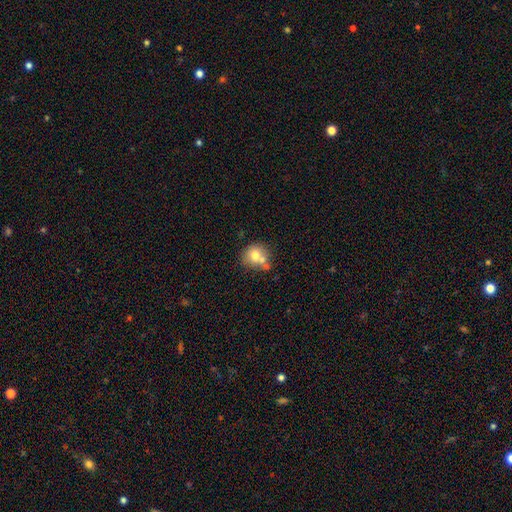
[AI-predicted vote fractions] The model was most divided on "merging": none: 47%, merger: 34%, minor disturbance: 14%, major disturbance: 5%. More confident: how rounded — round (78%); smooth or featured — smooth (71%).